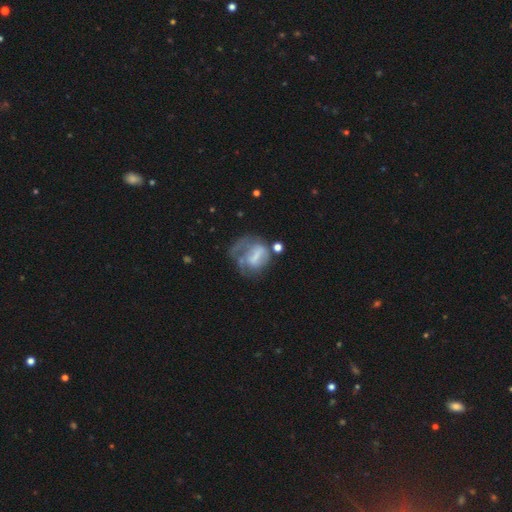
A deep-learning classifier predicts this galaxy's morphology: Smooth or featured? featured or disk (53%)
Edge-on disk? no (97%)
Bar? no (44%)
Spiral arms? no (57%)
Bulge size? none (51%)
Merging? major disturbance (43%)